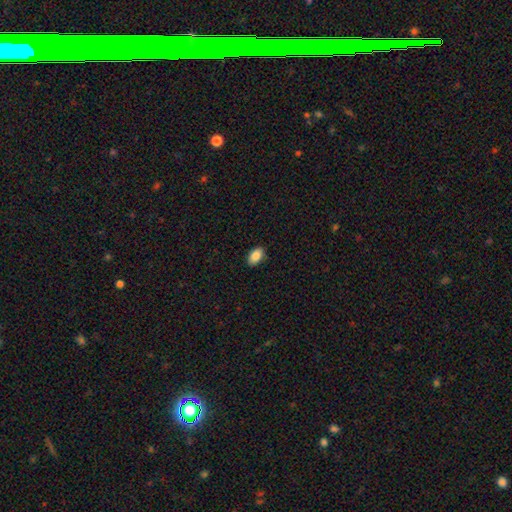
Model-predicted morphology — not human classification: smooth_or_featured: smooth (p=0.87) [alt: star or artifact p=0.07]
how_rounded: in between (p=0.92) [alt: round p=0.06]
merging: none (p=0.87) [alt: minor disturbance p=0.10]